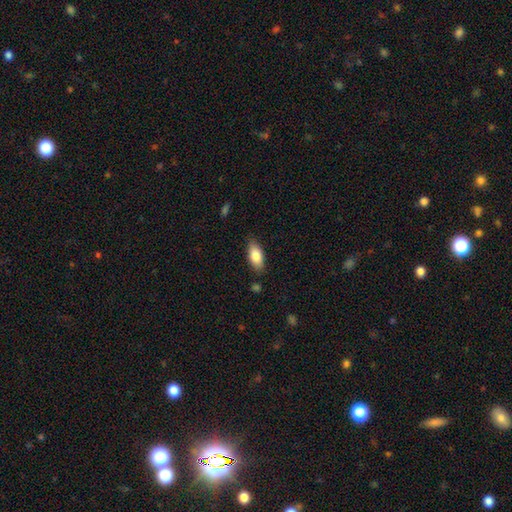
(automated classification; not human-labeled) Morphology: type=smooth (83%); roundness=in between (86%); merging=none (83%).